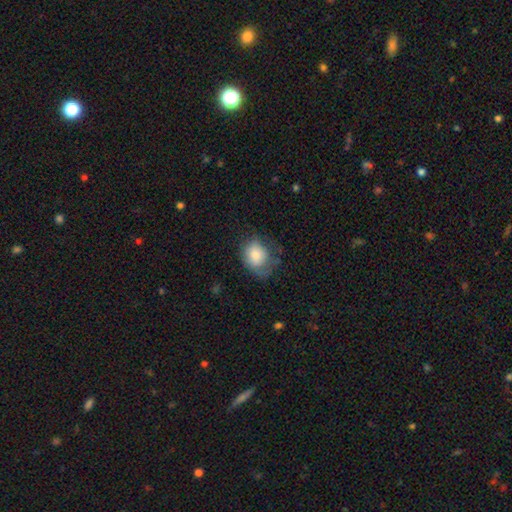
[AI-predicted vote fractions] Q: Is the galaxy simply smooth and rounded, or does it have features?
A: smooth — 77%.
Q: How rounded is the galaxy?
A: round — 50%.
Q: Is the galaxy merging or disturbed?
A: none — 46%.